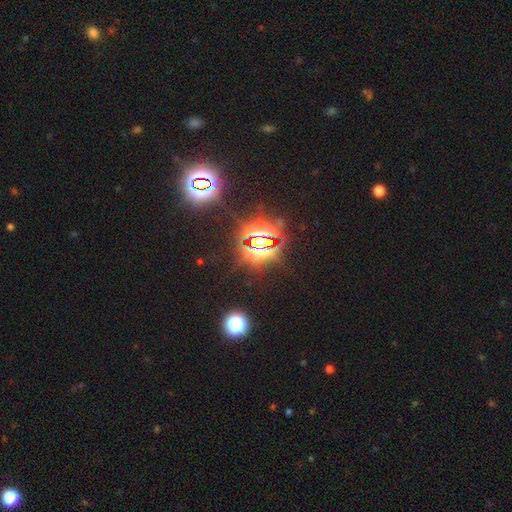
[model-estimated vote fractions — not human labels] This appears to be a star or artifact, not a galaxy (81%).